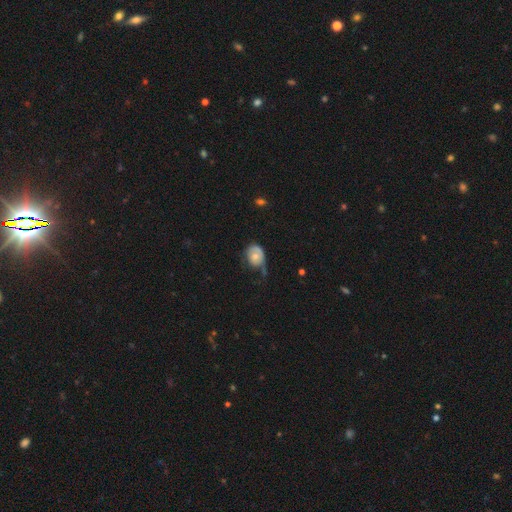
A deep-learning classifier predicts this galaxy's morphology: The model was most divided on "merging": none: 37%, minor disturbance: 33%, major disturbance: 25%, merger: 5%. More confident: smooth or featured — smooth (58%); how rounded — round (52%).